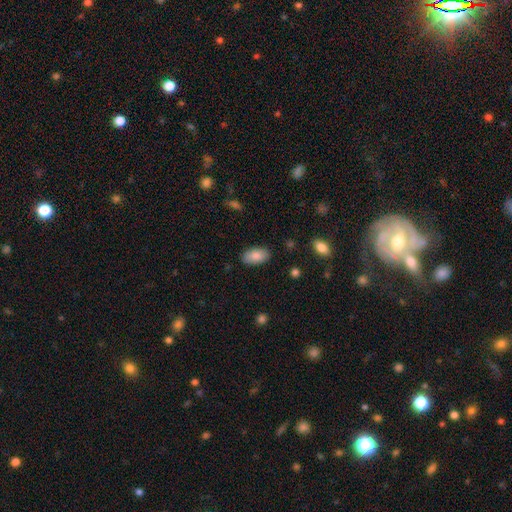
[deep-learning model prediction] Morphology: type=smooth (87%); roundness=in between (94%); merging=none (87%).